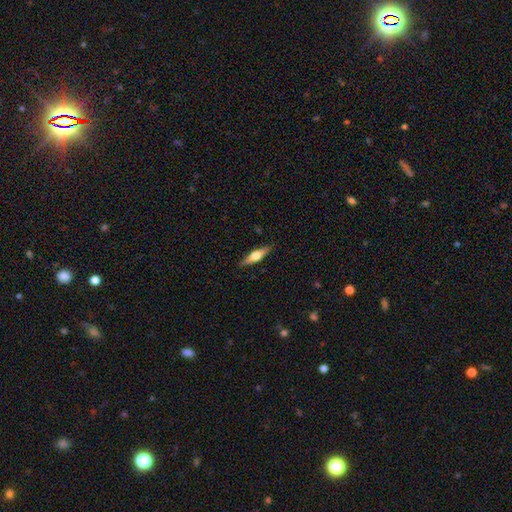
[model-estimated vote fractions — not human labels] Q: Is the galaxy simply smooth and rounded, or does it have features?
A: featured or disk — 59%.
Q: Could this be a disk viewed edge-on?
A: yes — 96%.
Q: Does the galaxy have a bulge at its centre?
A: rounded — 92%.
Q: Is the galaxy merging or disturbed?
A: none — 89%.